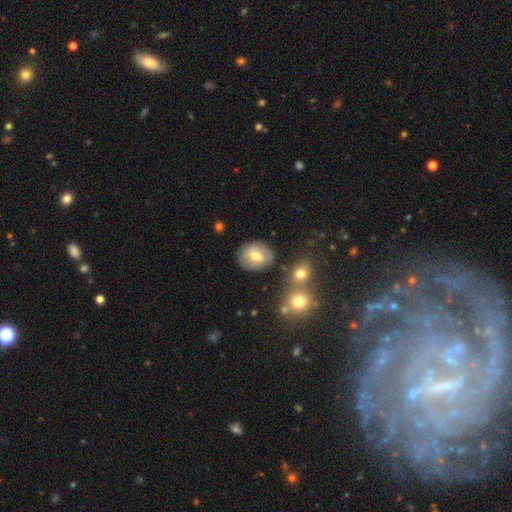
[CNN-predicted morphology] A smooth galaxy with no disk features (62%) that is round (61%).

Vote fractions:
- Smooth or featured? smooth: 62% / featured or disk: 29% / star or artifact: 8%
- How rounded? round: 61% / in between: 38% / cigar-shaped: 1%
- Merging? none: 75% / minor disturbance: 14% / merger: 7% / major disturbance: 4%